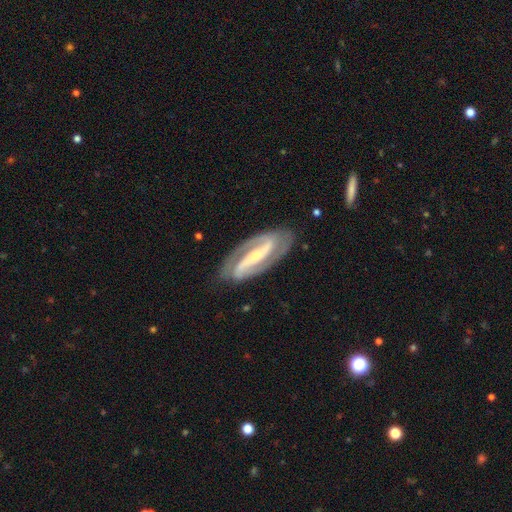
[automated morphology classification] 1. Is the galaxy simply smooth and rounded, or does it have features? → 91% featured or disk, 5% smooth, 4% star or artifact.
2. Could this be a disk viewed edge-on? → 94% no, 6% yes.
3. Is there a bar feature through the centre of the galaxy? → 70% strong, 18% weak, 11% no.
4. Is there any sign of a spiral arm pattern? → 97% yes, 3% no.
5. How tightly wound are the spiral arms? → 47% medium, 34% tight, 19% loose.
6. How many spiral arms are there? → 93% 2, 2% can't tell, 1% 1, 1% 3, 1% 4, 1% more than 4.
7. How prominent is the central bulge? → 66% small, 30% moderate, 2% large, 2% none, 1% dominant.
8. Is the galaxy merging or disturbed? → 84% none, 11% minor disturbance, 3% major disturbance, 1% merger.